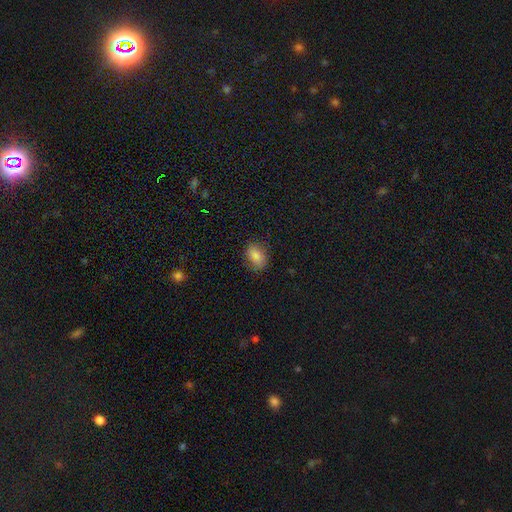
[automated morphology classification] The model was most divided on "how rounded": in between: 74%, round: 25%, cigar-shaped: 1%. More confident: smooth or featured — smooth (85%); merging — none (83%).